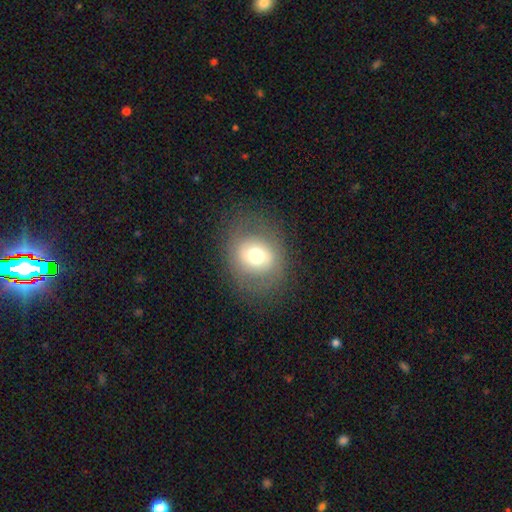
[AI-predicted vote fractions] Smooth or featured: smooth — 63% (featured or disk — 25%)
How rounded: round — 71% (in between — 28%)
Merging: none — 81% (minor disturbance — 11%)